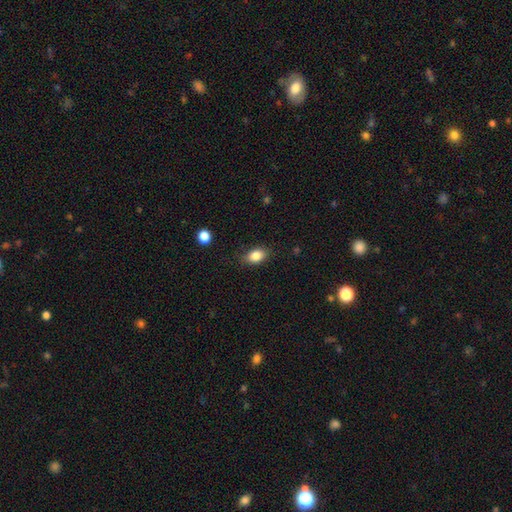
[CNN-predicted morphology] This appears to be a smooth galaxy with no disk features (85%) that is in between round and cigar-shaped (81%). Merging: none (82%).